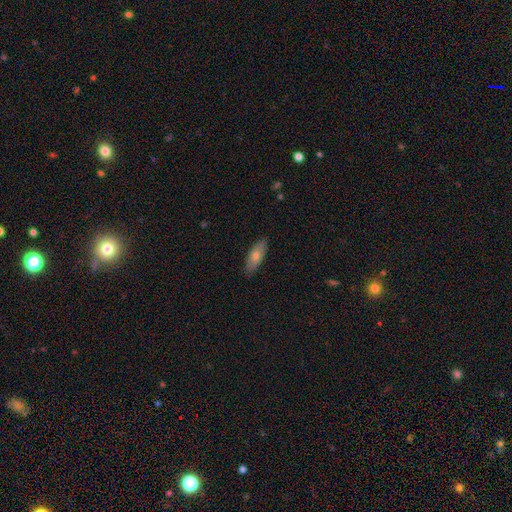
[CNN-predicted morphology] Overall: smooth (64%; featured or disk 29%). How rounded: in between (65%; cigar-shaped 32%). Merging: none (87%).